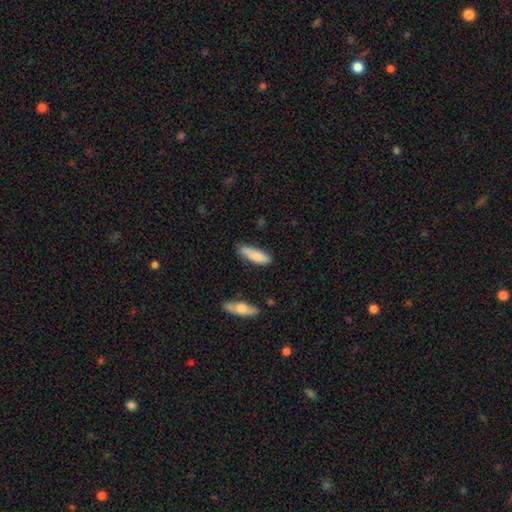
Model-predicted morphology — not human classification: smooth-or-featured: smooth: 82% | featured or disk: 12% | star or artifact: 6%
  how-rounded: cigar-shaped: 55% | in between: 43% | round: 2%
  merging: none: 66% | minor disturbance: 25% | major disturbance: 4% | merger: 4%